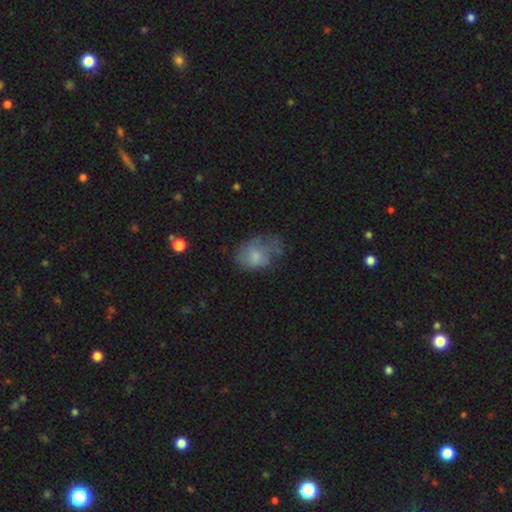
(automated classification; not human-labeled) smooth 65%, featured or disk 25%, star or artifact 11%. Down the decision tree: how rounded — in between (72%); merging — none (32%, tied with major disturbance and minor disturbance).